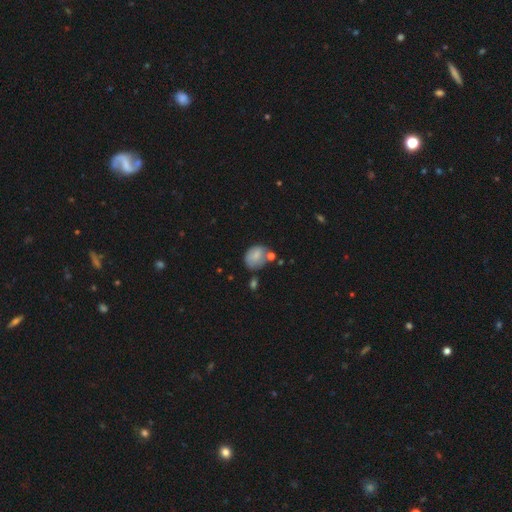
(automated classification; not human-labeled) Morphology: type=smooth (74%); roundness=in between (52%); merging=none (48%).